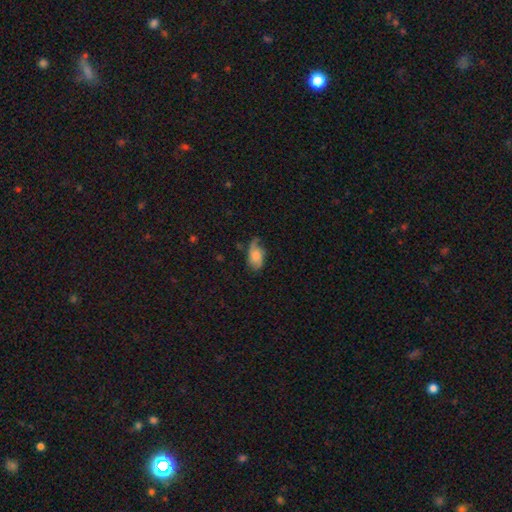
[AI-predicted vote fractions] Smooth or featured: smooth — 52% (featured or disk — 39%)
How rounded: in between — 89% (round — 8%)
Merging: none — 52% (minor disturbance — 31%)